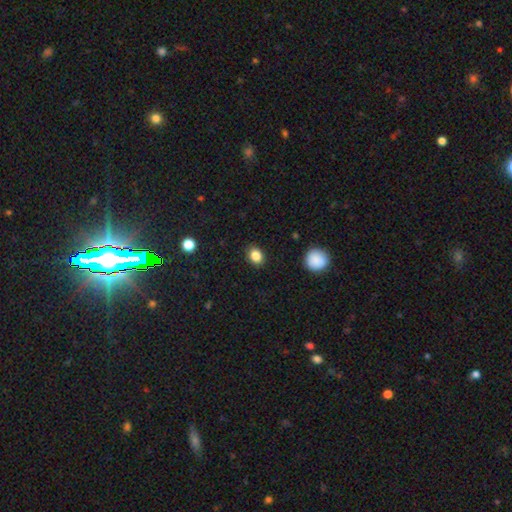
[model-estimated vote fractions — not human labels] Smooth or featured? Predicted: smooth (p=0.85). How rounded? Predicted: in between (p=0.50). Merging? Predicted: none (p=0.88).